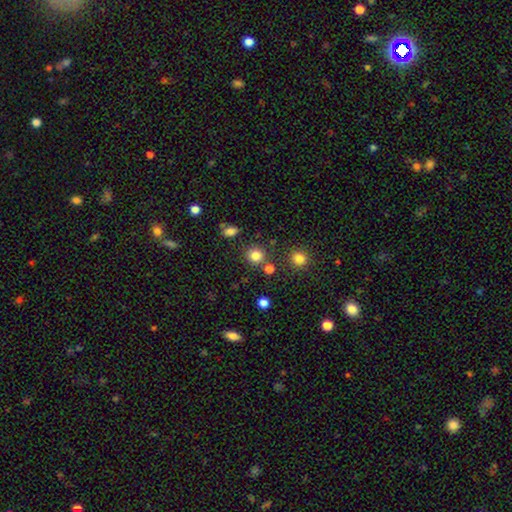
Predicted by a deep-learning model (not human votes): A smooth galaxy with no disk features (82%) that is round (90%).

Vote fractions:
- Smooth or featured? smooth: 82% / star or artifact: 13% / featured or disk: 5%
- How rounded? round: 90% / in between: 9% / cigar-shaped: 1%
- Merging? none: 80% / merger: 9% / minor disturbance: 8% / major disturbance: 3%